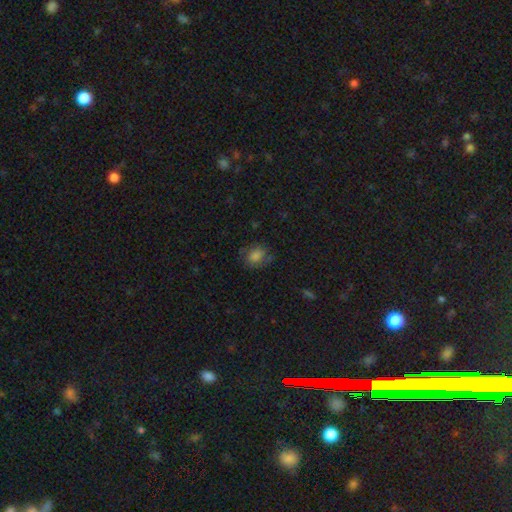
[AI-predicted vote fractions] Smooth or featured? Predicted: smooth (p=0.75). How rounded? Predicted: round (p=0.60). Merging? Predicted: none (p=0.69).